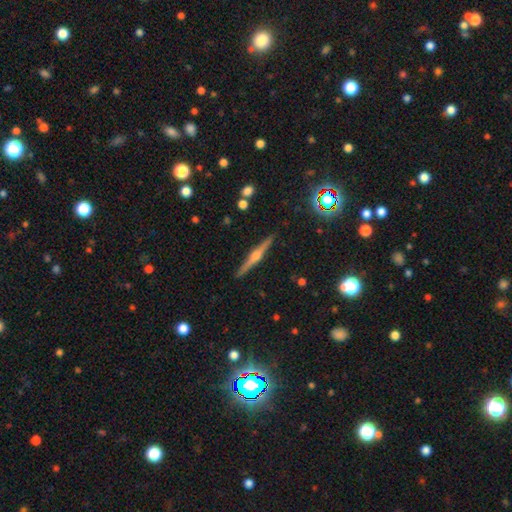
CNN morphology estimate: Smooth or featured?
  - featured or disk: 79% *
  - smooth: 13%
  - star or artifact: 8%
Edge-on disk?
  - yes: 98% *
  - no: 2%
Edge-on bulge?
  - rounded: 90% *
  - boxy: 6%
  - none: 4%
Merging?
  - none: 91% *
  - minor disturbance: 6%
  - major disturbance: 1%
  - merger: 1%